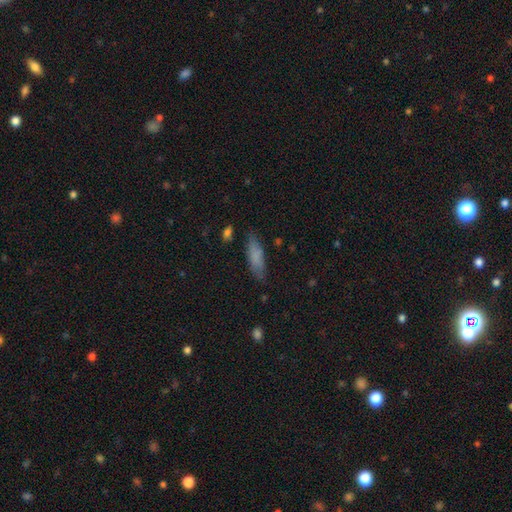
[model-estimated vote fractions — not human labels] Smooth or featured?
  - smooth: 79% *
  - featured or disk: 13%
  - star or artifact: 7%
How rounded?
  - cigar-shaped: 51% *
  - in between: 47%
  - round: 2%
Merging?
  - none: 76% *
  - minor disturbance: 18%
  - major disturbance: 4%
  - merger: 2%